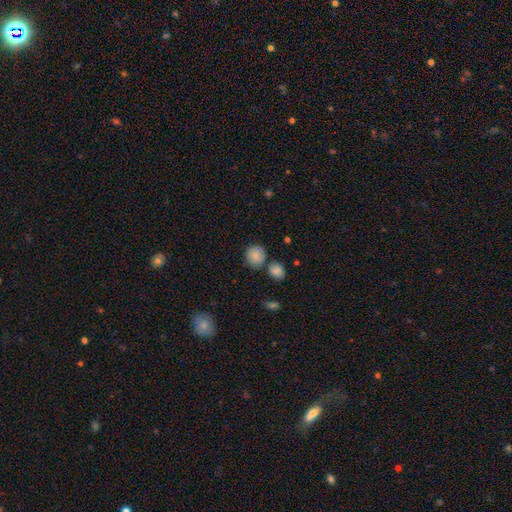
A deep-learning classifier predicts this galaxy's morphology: A smooth galaxy with no disk features (83%) that is round (82%).

Vote fractions:
- Smooth or featured? smooth: 83% / star or artifact: 9% / featured or disk: 8%
- How rounded? round: 82% / in between: 17% / cigar-shaped: 1%
- Merging? none: 63% / merger: 19% / minor disturbance: 14% / major disturbance: 4%